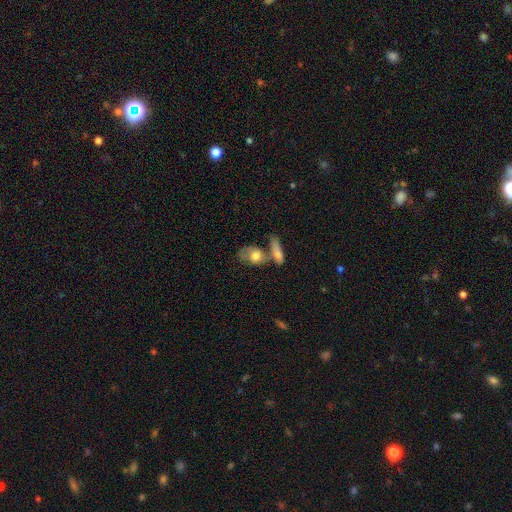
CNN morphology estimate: The model was most divided on "merging": merger: 44%, none: 34%, minor disturbance: 14%, major disturbance: 8%. More confident: how rounded — in between (72%); smooth or featured — smooth (70%).